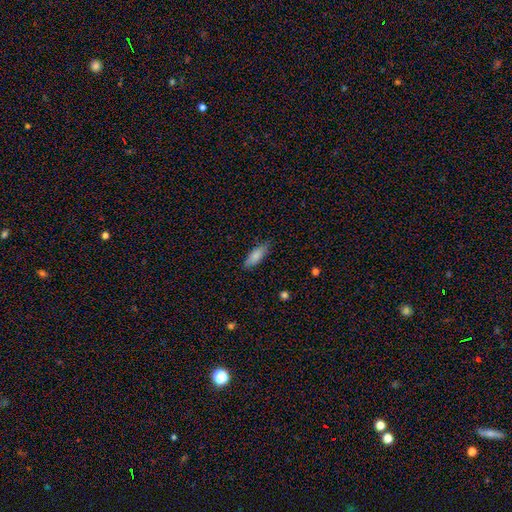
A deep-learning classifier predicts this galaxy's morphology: Smooth or featured? smooth (81%)
How rounded? in between (65%)
Merging? none (83%)